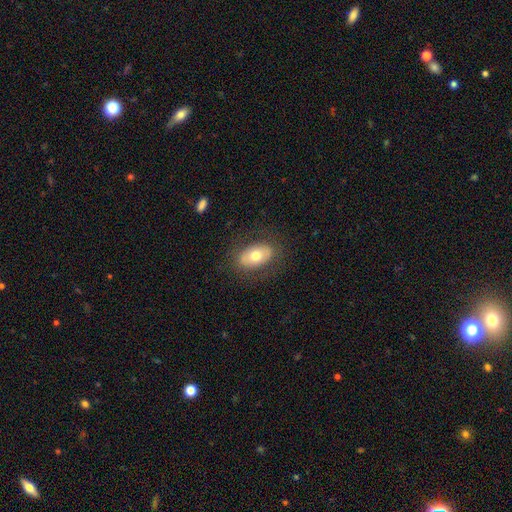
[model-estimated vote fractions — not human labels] Smooth or featured?
  - smooth: 66% *
  - featured or disk: 27%
  - star or artifact: 7%
How rounded?
  - in between: 89% *
  - round: 9%
  - cigar-shaped: 2%
Merging?
  - none: 81% *
  - minor disturbance: 12%
  - major disturbance: 5%
  - merger: 1%